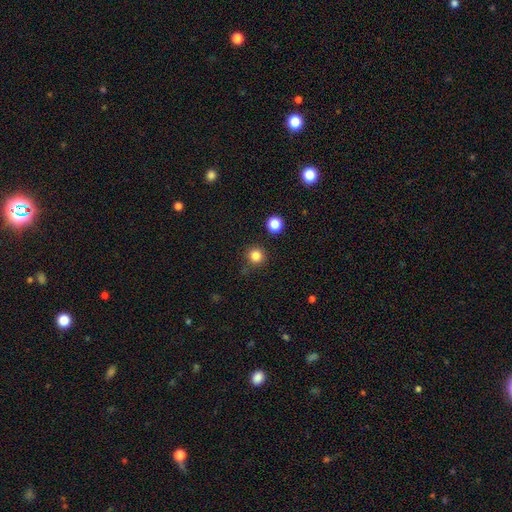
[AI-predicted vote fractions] smooth 83%, star or artifact 13%, featured or disk 4%. Down the decision tree: how rounded — round (94%); merging — none (85%).